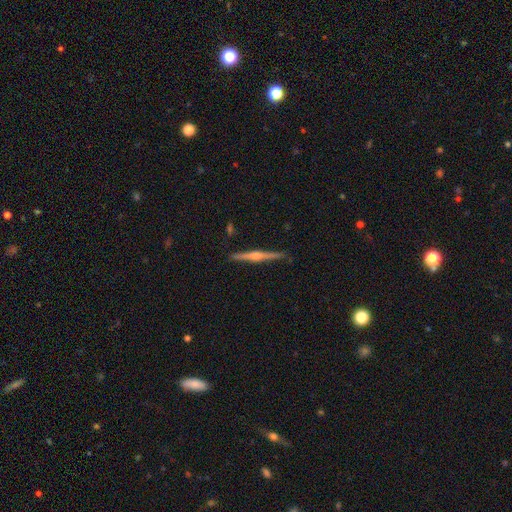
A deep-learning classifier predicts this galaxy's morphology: smooth_or_featured: featured or disk (p=0.77) [alt: smooth p=0.18]
disk_edge_on: yes (p=0.98) [alt: no p=0.02]
edge_on_bulge: rounded (p=0.79) [alt: boxy p=0.13]
merging: none (p=0.91) [alt: minor disturbance p=0.07]